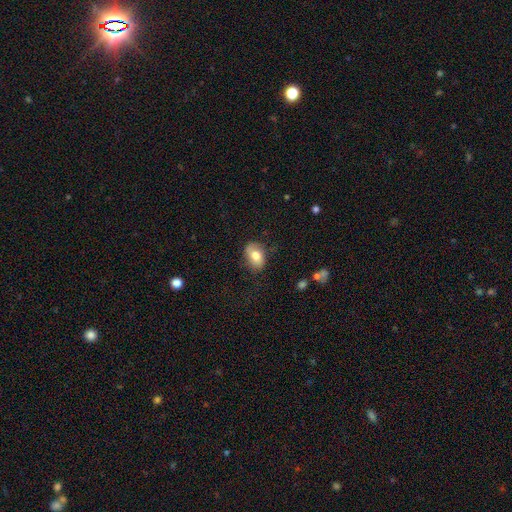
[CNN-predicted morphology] Smooth or featured? smooth (69%)
How rounded? in between (81%)
Merging? none (70%)